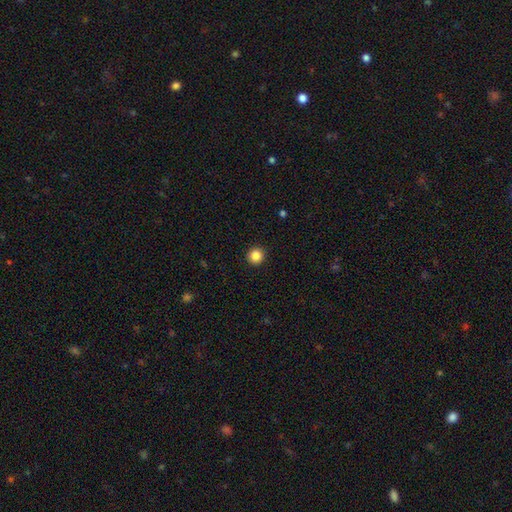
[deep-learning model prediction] The model was most divided on "smooth or featured": smooth: 86%, star or artifact: 11%, featured or disk: 4%. More confident: how rounded — round (95%); merging — none (93%).